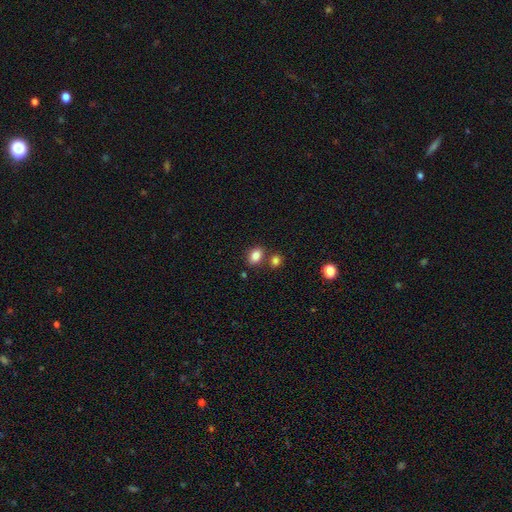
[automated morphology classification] A smooth galaxy with no disk features (84%) that is in between round and cigar-shaped (75%).

Vote fractions:
- Smooth or featured? smooth: 84% / star or artifact: 10% / featured or disk: 6%
- How rounded? in between: 75% / round: 24% / cigar-shaped: 1%
- Merging? none: 69% / merger: 17% / minor disturbance: 11% / major disturbance: 3%